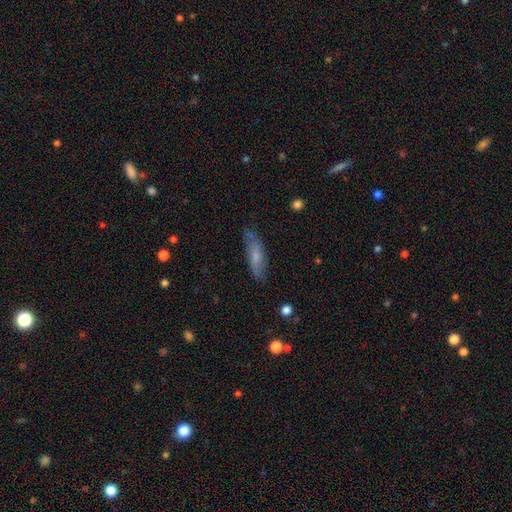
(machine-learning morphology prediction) smooth-or-featured: smooth: 60% | featured or disk: 32% | star or artifact: 7%
  how-rounded: cigar-shaped: 56% | in between: 42% | round: 2%
  merging: none: 74% | minor disturbance: 20% | major disturbance: 5% | merger: 2%